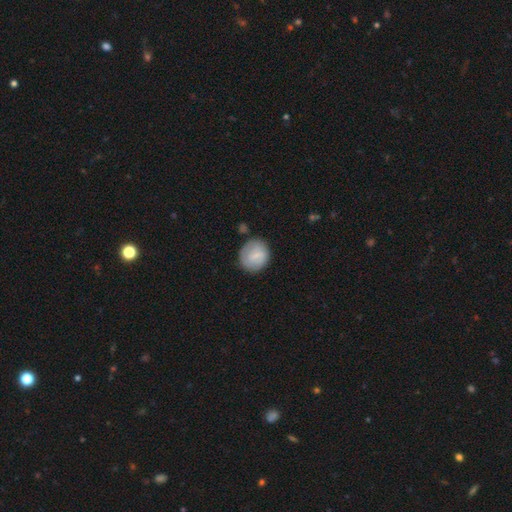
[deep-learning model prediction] A smooth galaxy with no disk features (69%) that is round (79%). Merging: none (72%).